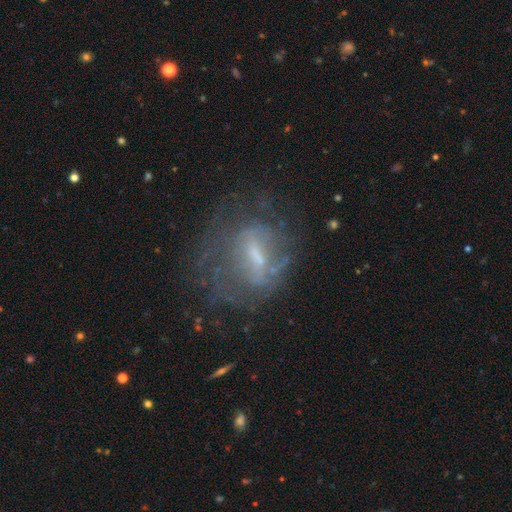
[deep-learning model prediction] Smooth or featured? featured or disk (65%)
Edge-on disk? no (90%)
Bar? weak (42%)
Spiral arms? no (56%)
Bulge size? small (48%)
Merging? none (51%)